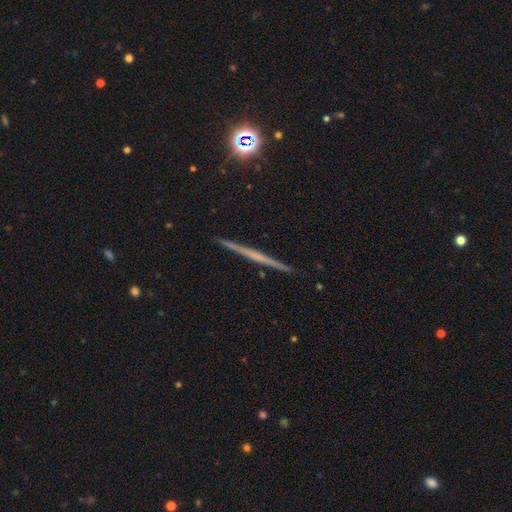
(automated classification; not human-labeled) Smooth or featured: featured or disk — 63% (smooth — 28%)
Edge-on disk: yes — 98% (no — 2%)
Edge-on bulge: none — 82% (rounded — 13%)
Merging: none — 93% (minor disturbance — 5%)